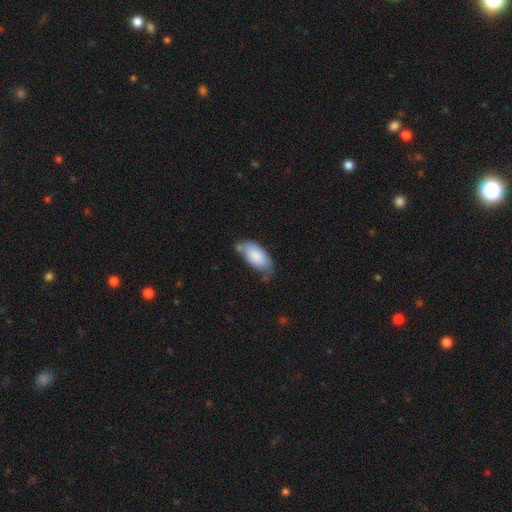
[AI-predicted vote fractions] smooth_or_featured: smooth (p=0.83) [alt: featured or disk p=0.10]
how_rounded: in between (p=0.93) [alt: cigar-shaped p=0.05]
merging: none (p=0.47) [alt: minor disturbance p=0.35]